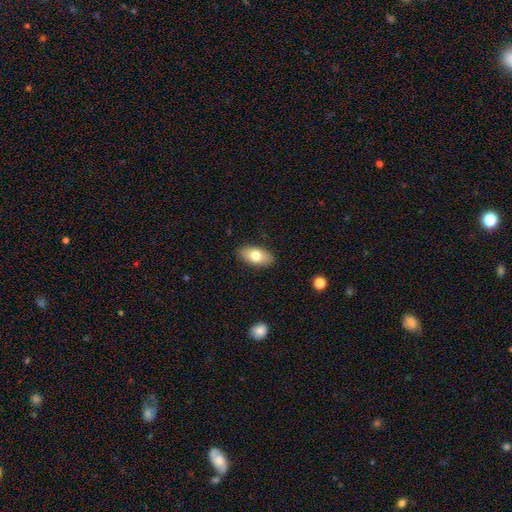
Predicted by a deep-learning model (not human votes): A smooth galaxy with no disk features (75%) that is in between round and cigar-shaped (92%). Merging: none (87%).